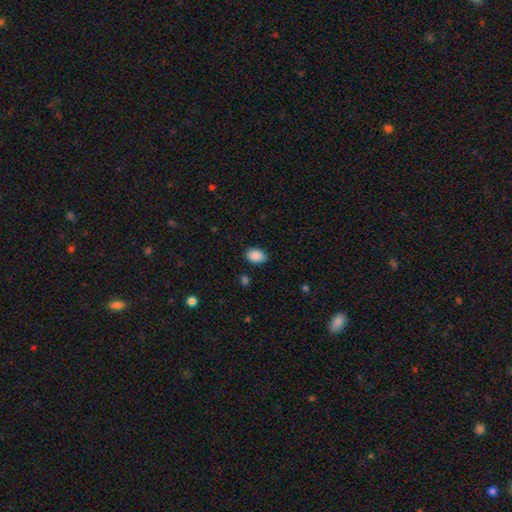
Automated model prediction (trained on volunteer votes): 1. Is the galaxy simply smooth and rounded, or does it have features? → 89% smooth, 8% star or artifact, 3% featured or disk.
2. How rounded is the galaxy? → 79% in between, 20% round, 1% cigar-shaped.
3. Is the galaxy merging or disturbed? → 79% none, 16% minor disturbance, 3% major disturbance, 2% merger.